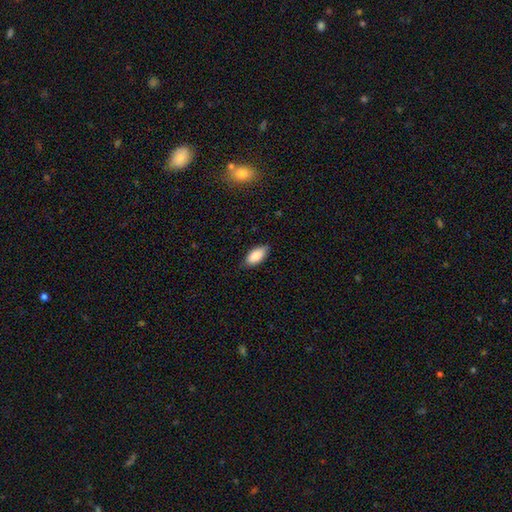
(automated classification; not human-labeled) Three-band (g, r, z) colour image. It shows a smooth galaxy with no disk features (87%) that is in between round and cigar-shaped (92%). Merging: none (82%).